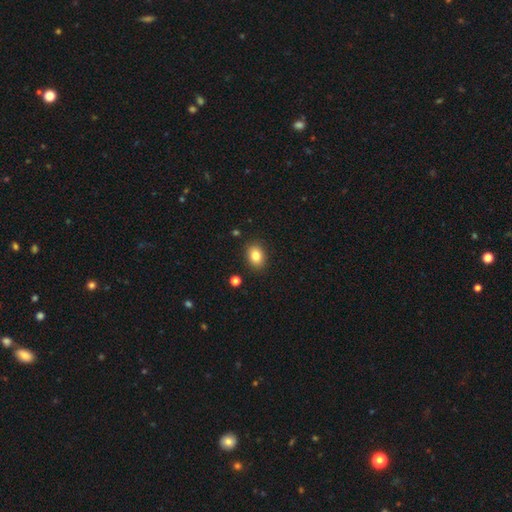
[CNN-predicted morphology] Smooth or featured? smooth (83%)
How rounded? in between (71%)
Merging? none (88%)